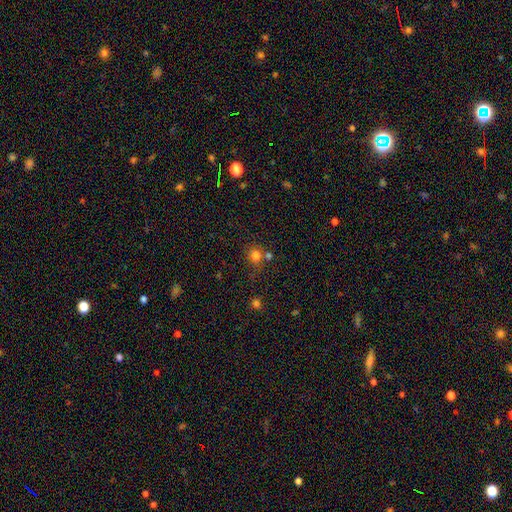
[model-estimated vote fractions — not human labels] smooth-or-featured: smooth: 79% | star or artifact: 15% | featured or disk: 7%
  how-rounded: round: 83% | in between: 16% | cigar-shaped: 1%
  merging: none: 64% | merger: 20% | minor disturbance: 12% | major disturbance: 4%